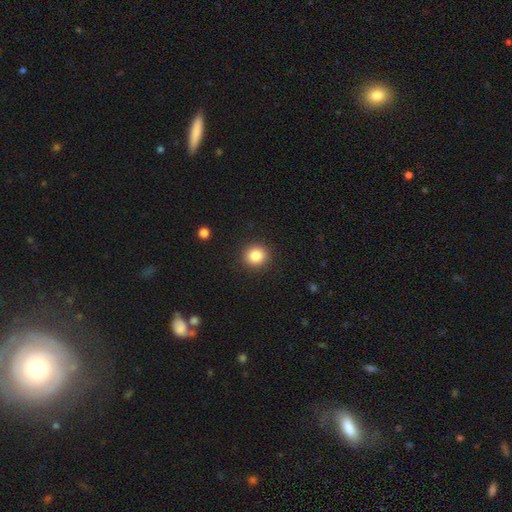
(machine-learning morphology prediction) Smooth or featured? Predicted: smooth (p=0.85). How rounded? Predicted: round (p=0.90). Merging? Predicted: none (p=0.91).